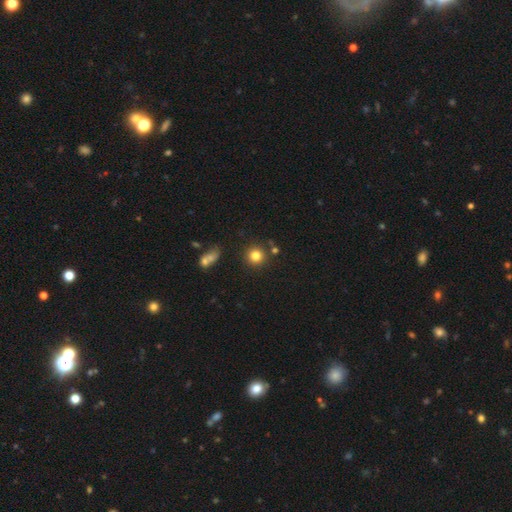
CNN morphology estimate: Smooth or featured: smooth — 81% (star or artifact — 12%)
How rounded: round — 93% (in between — 6%)
Merging: none — 82% (minor disturbance — 8%)